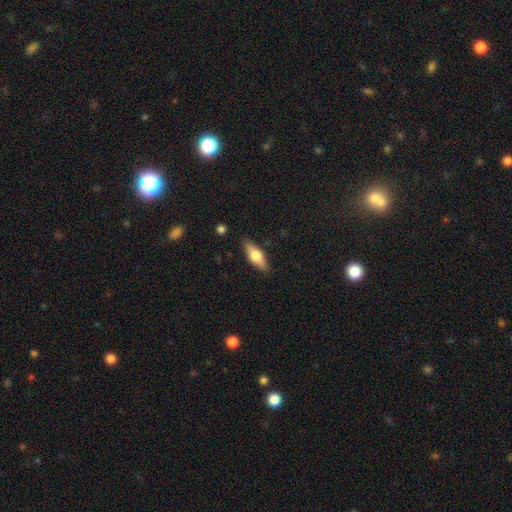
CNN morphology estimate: Smooth or featured: smooth — 58% (featured or disk — 36%)
How rounded: in between — 65% (cigar-shaped — 32%)
Merging: none — 86% (minor disturbance — 11%)